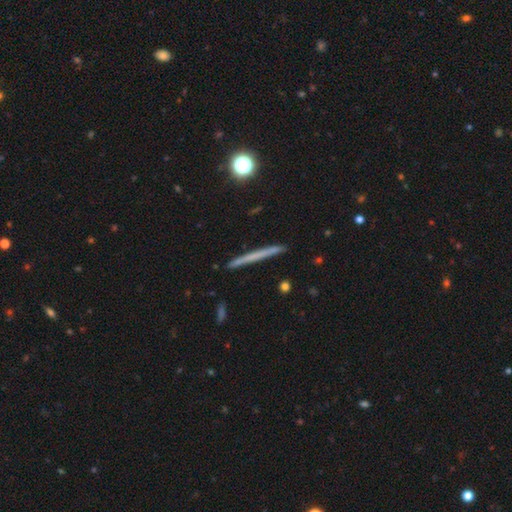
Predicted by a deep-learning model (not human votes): smooth_or_featured: smooth (p=0.48) [alt: featured or disk p=0.44]
merging: none (p=0.92) [alt: minor disturbance p=0.06]